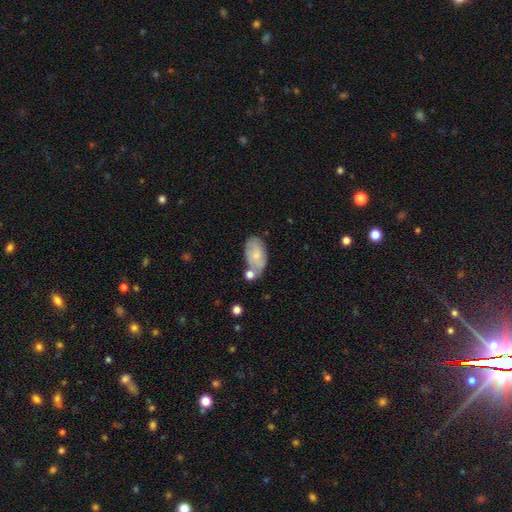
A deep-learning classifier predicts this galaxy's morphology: This is likely a smooth galaxy (68%). How rounded: clearly in between (93%). Merging: possibly none (50%).